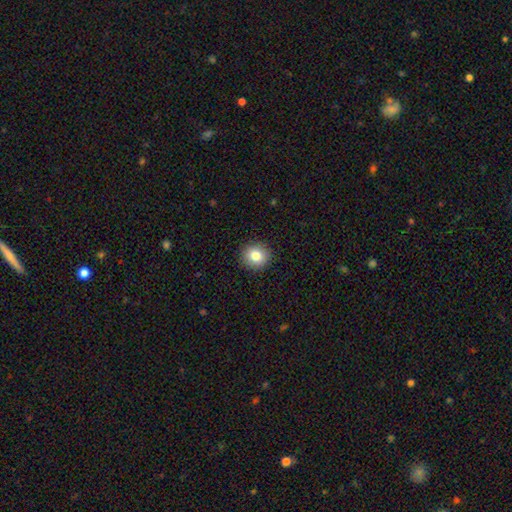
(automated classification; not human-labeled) Smooth or featured?
  - smooth: 83% *
  - star or artifact: 10%
  - featured or disk: 8%
How rounded?
  - round: 86% *
  - in between: 13%
  - cigar-shaped: 1%
Merging?
  - none: 92% *
  - minor disturbance: 6%
  - major disturbance: 2%
  - merger: 1%